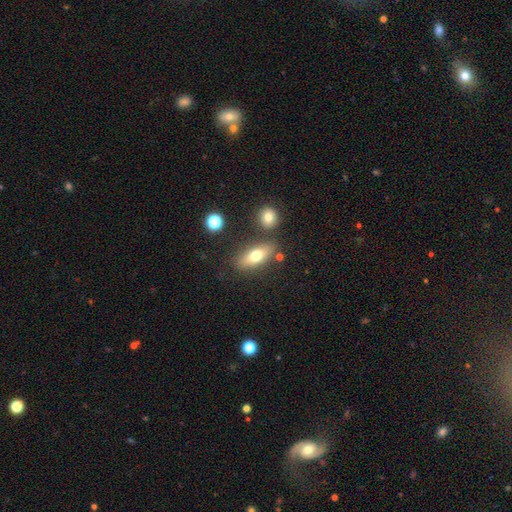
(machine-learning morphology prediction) Smooth or featured: smooth — 69% (featured or disk — 23%)
How rounded: in between — 72% (cigar-shaped — 23%)
Merging: none — 77% (minor disturbance — 12%)